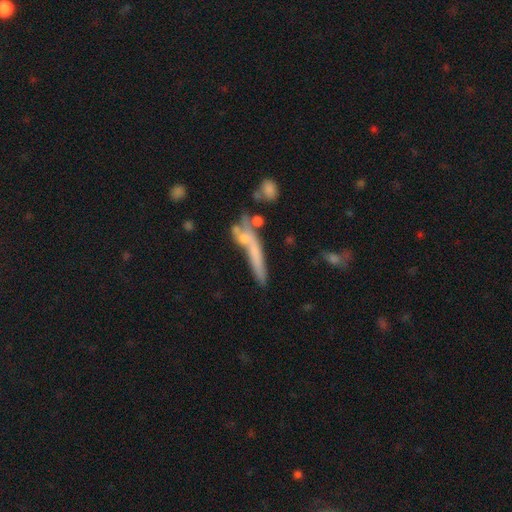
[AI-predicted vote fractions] Smooth or featured? Predicted: smooth (p=0.51). How rounded? Predicted: cigar-shaped (p=0.83). Merging? Predicted: none (p=0.35).